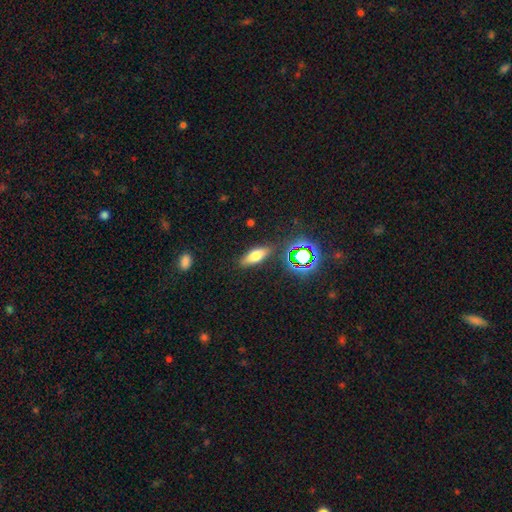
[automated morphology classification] smooth 62%, featured or disk 22%, star or artifact 16%. Down the decision tree: how rounded — in between (60%); merging — none (83%).